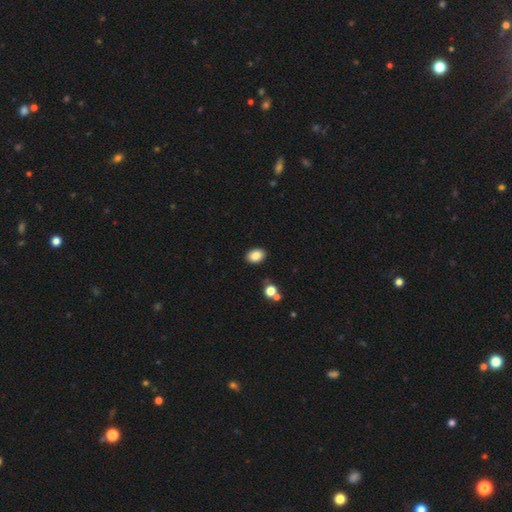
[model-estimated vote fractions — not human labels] Overall: smooth (86%). How rounded: in between (77%). Merging: none (88%).